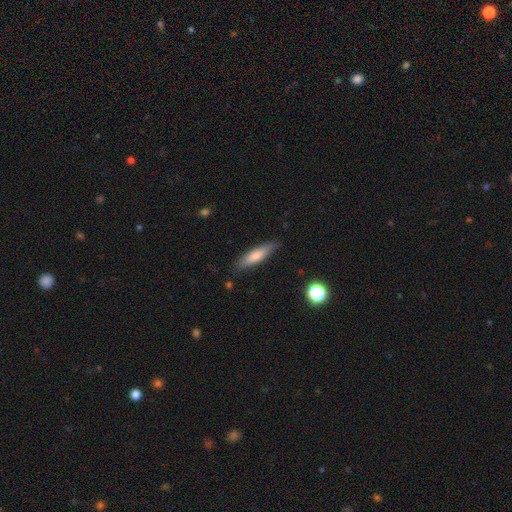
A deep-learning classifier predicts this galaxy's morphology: Smooth or featured: smooth — 66% (featured or disk — 27%)
How rounded: cigar-shaped — 76% (in between — 22%)
Merging: none — 85% (minor disturbance — 11%)